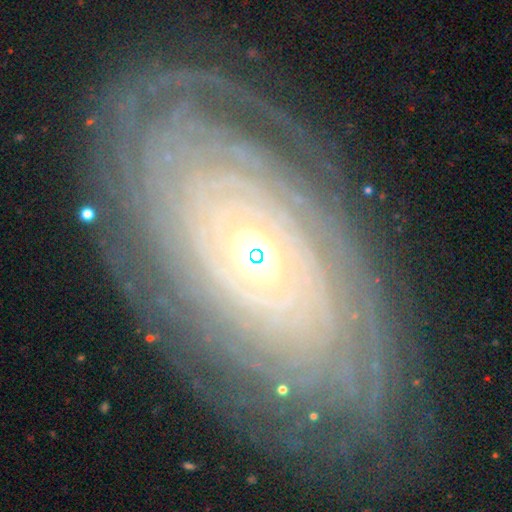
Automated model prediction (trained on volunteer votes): This appears to be a featured or disk galaxy (84%) with no bar (77%), tight (88%) spiral arms (90%) and a moderate central bulge (57%). Merging: none (83%).